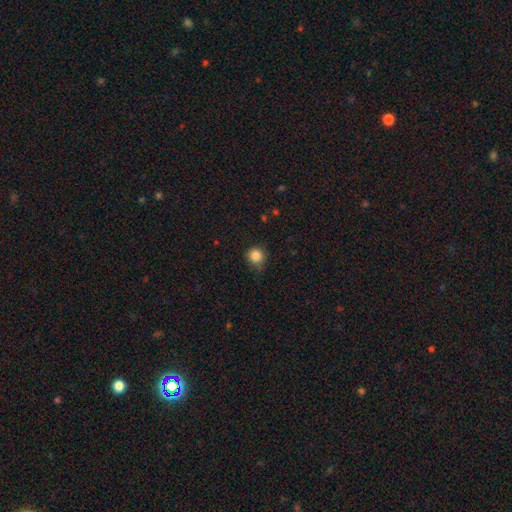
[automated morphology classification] The model was most divided on "merging": none: 75%, minor disturbance: 20%, major disturbance: 4%, merger: 1%. More confident: how rounded — round (93%); smooth or featured — smooth (85%).